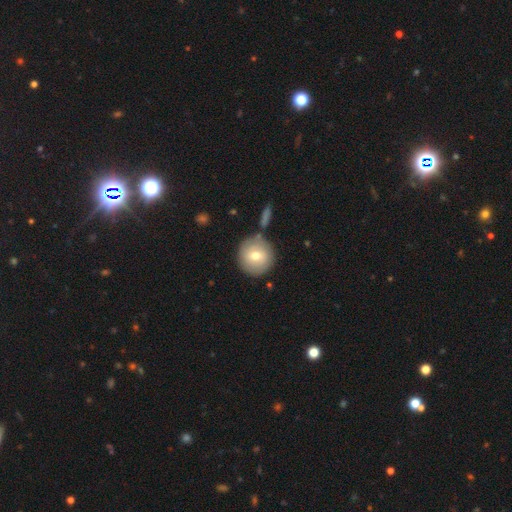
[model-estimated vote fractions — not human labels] smooth-or-featured: smooth: 73% | featured or disk: 20% | star or artifact: 7%
  how-rounded: round: 94% | in between: 5% | cigar-shaped: 1%
  merging: none: 80% | minor disturbance: 10% | merger: 7% | major disturbance: 3%